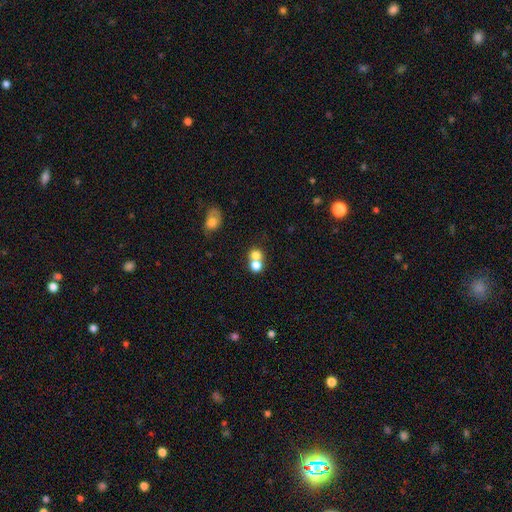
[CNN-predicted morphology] type=smooth (74%); roundness=round (78%); merging=merger (52%).